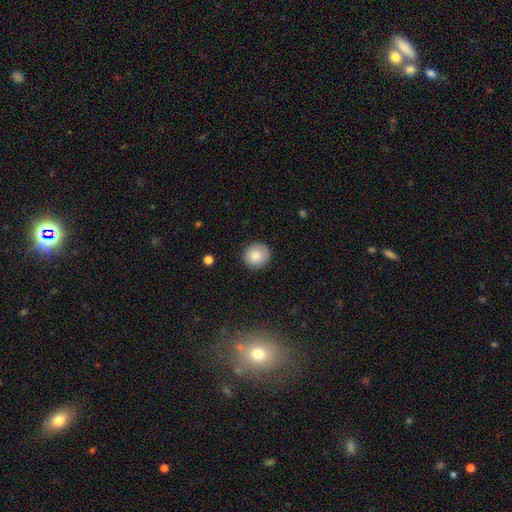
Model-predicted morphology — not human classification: smooth-or-featured: smooth: 84% | star or artifact: 8% | featured or disk: 7%
  how-rounded: round: 91% | in between: 8% | cigar-shaped: 1%
  merging: none: 89% | minor disturbance: 8% | major disturbance: 2% | merger: 1%